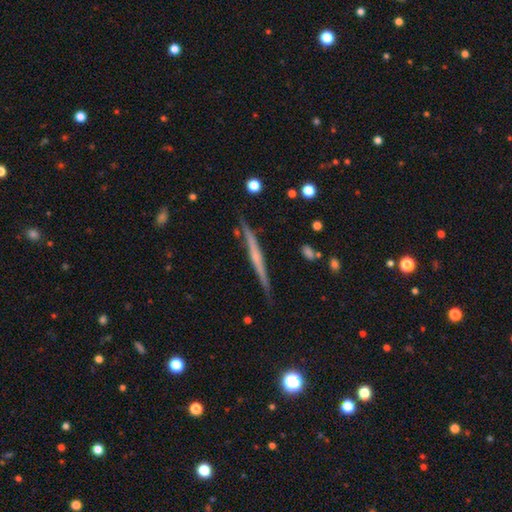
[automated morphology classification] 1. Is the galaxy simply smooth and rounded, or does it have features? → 67% featured or disk, 27% smooth, 7% star or artifact.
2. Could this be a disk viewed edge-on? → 97% yes, 3% no.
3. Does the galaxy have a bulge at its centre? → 59% none, 32% rounded, 9% boxy.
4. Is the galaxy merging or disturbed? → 85% none, 11% minor disturbance, 2% major disturbance, 2% merger.